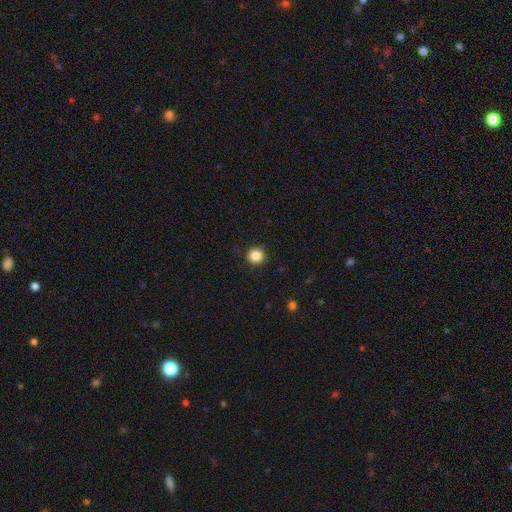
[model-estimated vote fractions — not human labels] Smooth or featured? smooth (86%)
How rounded? round (94%)
Merging? none (93%)